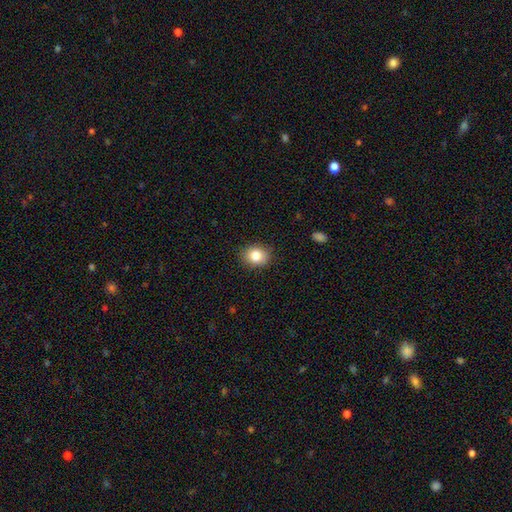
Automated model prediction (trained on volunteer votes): Smooth or featured: smooth — 83% (star or artifact — 9%)
How rounded: round — 53% (in between — 46%)
Merging: none — 88% (minor disturbance — 9%)